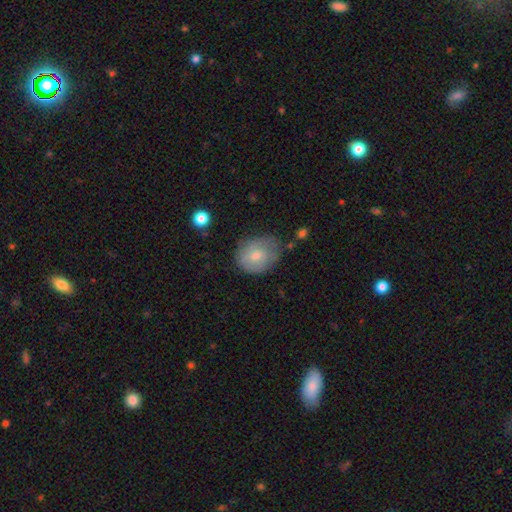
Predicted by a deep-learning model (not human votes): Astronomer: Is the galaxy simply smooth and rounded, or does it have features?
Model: smooth — 67%.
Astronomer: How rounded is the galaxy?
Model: round — 63%.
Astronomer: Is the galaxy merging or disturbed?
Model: none — 60%.